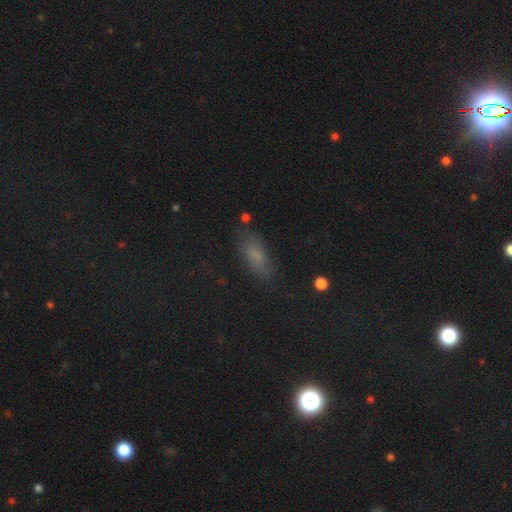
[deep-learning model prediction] Smooth or featured: smooth — 66% (star or artifact — 21%)
How rounded: in between — 78% (cigar-shaped — 17%)
Merging: none — 72% (minor disturbance — 19%)